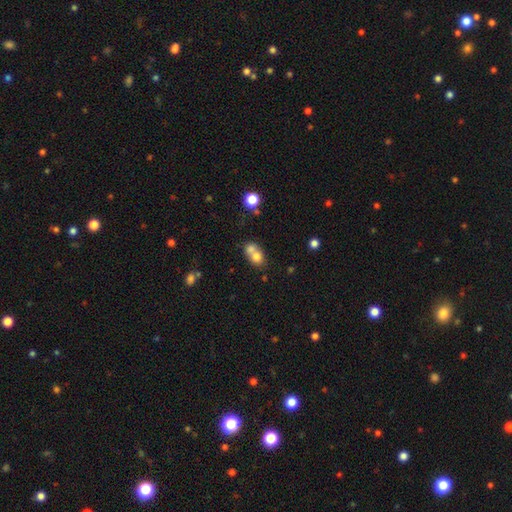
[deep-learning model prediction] Smooth or featured: smooth — 73% (featured or disk — 16%)
How rounded: round — 61% (in between — 38%)
Merging: merger — 64% (none — 27%)